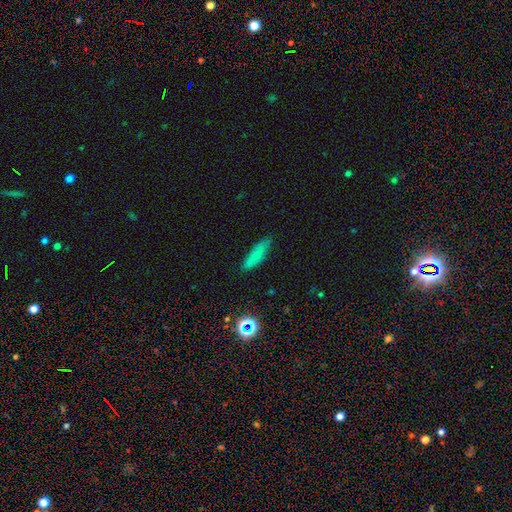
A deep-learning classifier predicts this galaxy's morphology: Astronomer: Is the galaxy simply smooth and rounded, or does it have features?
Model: smooth — 69%.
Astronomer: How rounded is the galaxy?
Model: cigar-shaped — 52% (runner-up: in between, 45%).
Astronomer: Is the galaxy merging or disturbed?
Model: none — 82%.